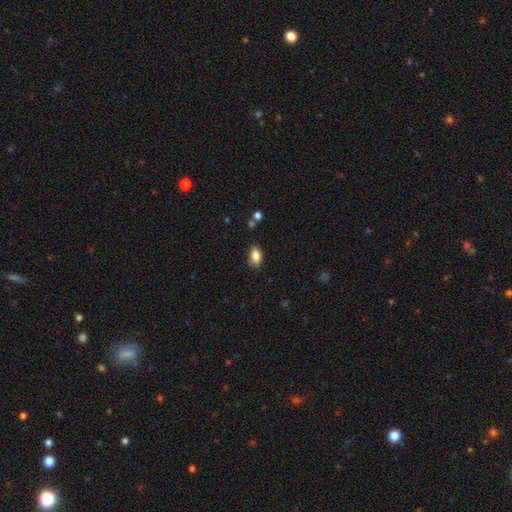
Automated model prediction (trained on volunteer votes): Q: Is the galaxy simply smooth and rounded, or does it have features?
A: smooth — 84%.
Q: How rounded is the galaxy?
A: in between — 88%.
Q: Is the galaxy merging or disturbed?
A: none — 77%.